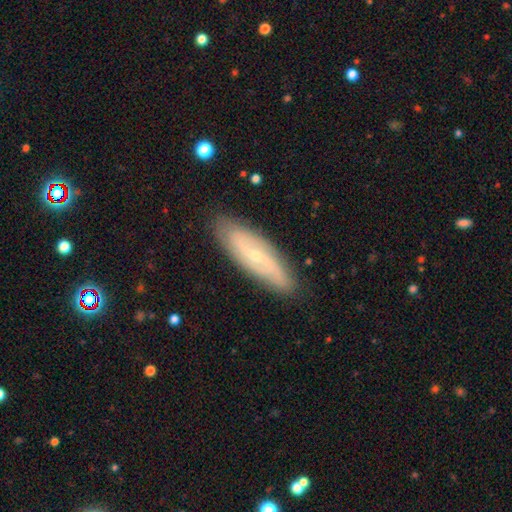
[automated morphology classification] The model was most divided on "spiral winding": loose: 45%, medium: 34%, tight: 21%. Remaining: spiral arms — yes (88%); merging — none (86%); spiral arm count — 2 (81%); edge-on disk — no (80%); bulge size — small (79%); smooth or featured — featured or disk (74%); bar — weak (45%).